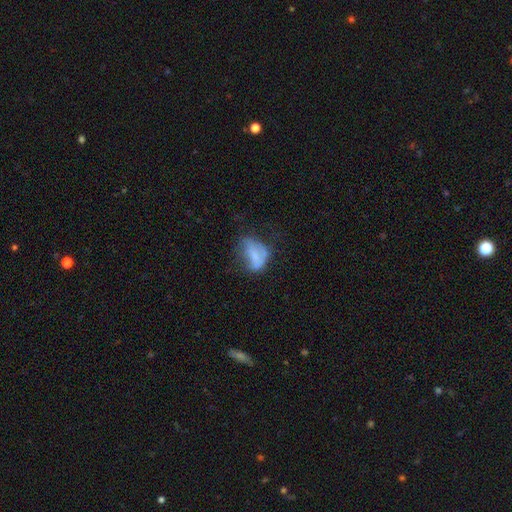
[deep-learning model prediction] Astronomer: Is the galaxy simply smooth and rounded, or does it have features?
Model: smooth — 53% (runner-up: featured or disk, 35%).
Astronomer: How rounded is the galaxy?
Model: in between — 79%.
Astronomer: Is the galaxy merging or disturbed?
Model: major disturbance — 36% (runner-up: none, 30%).